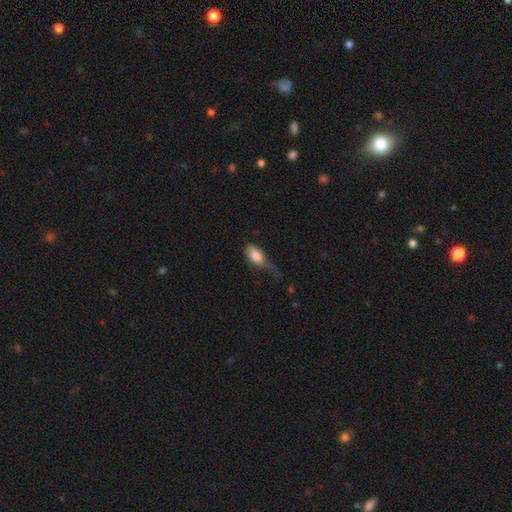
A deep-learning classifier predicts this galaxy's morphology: This appears to be a smooth galaxy with no disk features (80%) that is in between round and cigar-shaped (86%). Merging: major disturbance (37%).